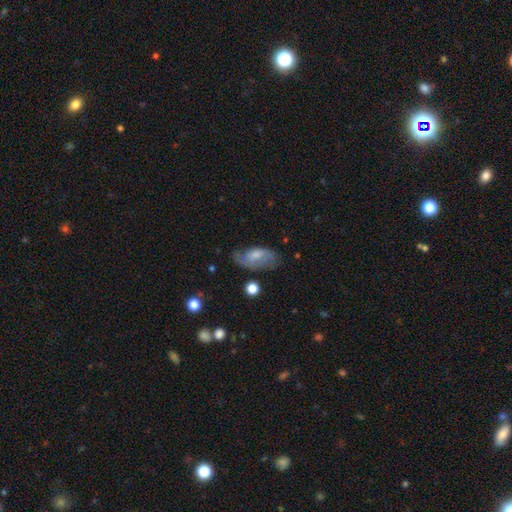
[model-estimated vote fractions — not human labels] Smooth or featured? smooth (59%)
How rounded? in between (90%)
Merging? none (52%)